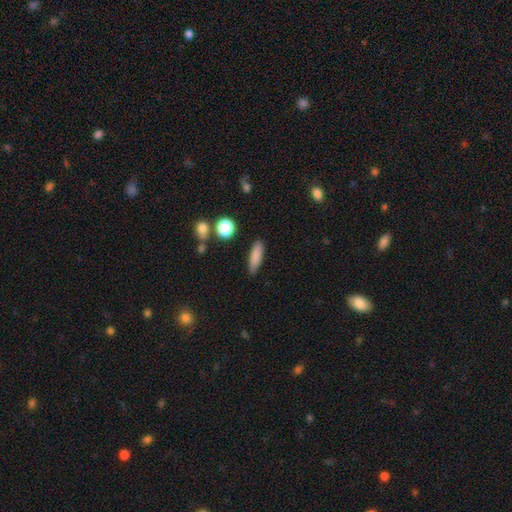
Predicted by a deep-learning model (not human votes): Q: Smooth or featured?
A: smooth (84%); runner-up: star or artifact (8%)
Q: How rounded?
A: cigar-shaped (58%); runner-up: in between (39%)
Q: Merging?
A: none (84%); runner-up: minor disturbance (11%)